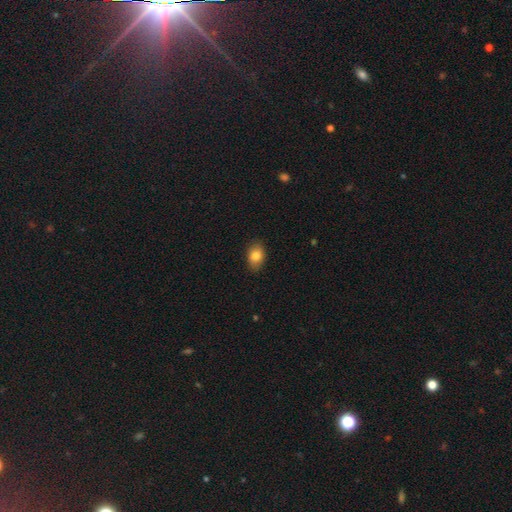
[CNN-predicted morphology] smooth_or_featured: smooth (p=0.83) [alt: featured or disk p=0.09]
how_rounded: in between (p=0.81) [alt: round p=0.18]
merging: none (p=0.87) [alt: minor disturbance p=0.10]